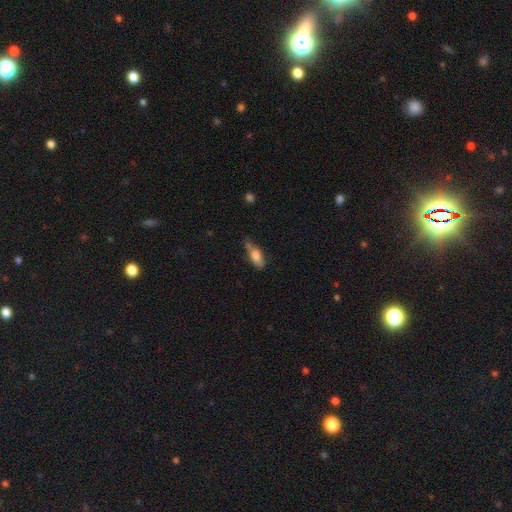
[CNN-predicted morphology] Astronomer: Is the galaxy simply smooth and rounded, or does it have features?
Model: smooth — 67%.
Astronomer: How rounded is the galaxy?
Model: in between — 67%.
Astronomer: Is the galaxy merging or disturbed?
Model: none — 43% (runner-up: minor disturbance, 38%).